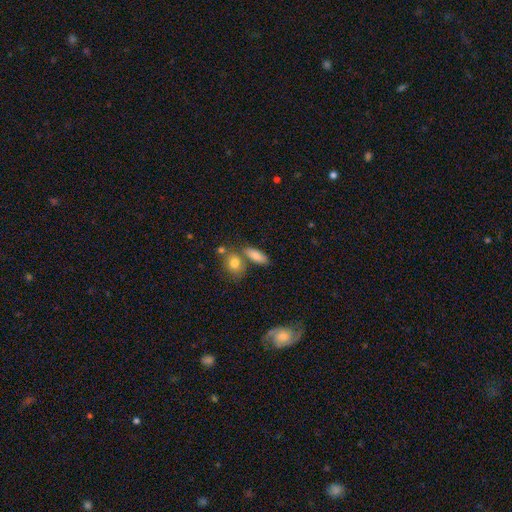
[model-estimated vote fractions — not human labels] Smooth or featured? Predicted: smooth (p=0.79). How rounded? Predicted: in between (p=0.72). Merging? Predicted: none (p=0.60).